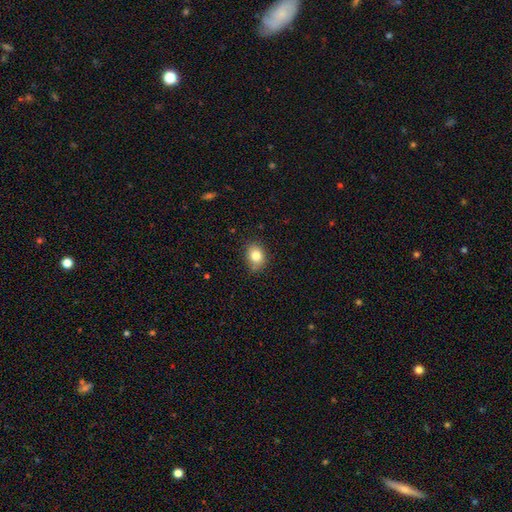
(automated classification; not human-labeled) Smooth or featured? smooth (82%)
How rounded? in between (53%)
Merging? none (79%)